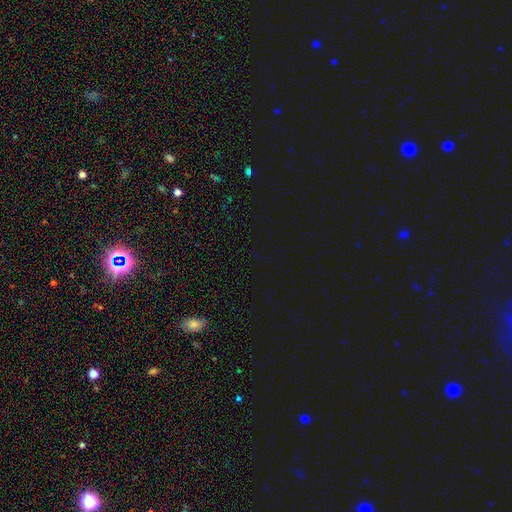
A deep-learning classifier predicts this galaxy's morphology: smooth-or-featured: star or artifact: 77% | smooth: 17% | featured or disk: 6%